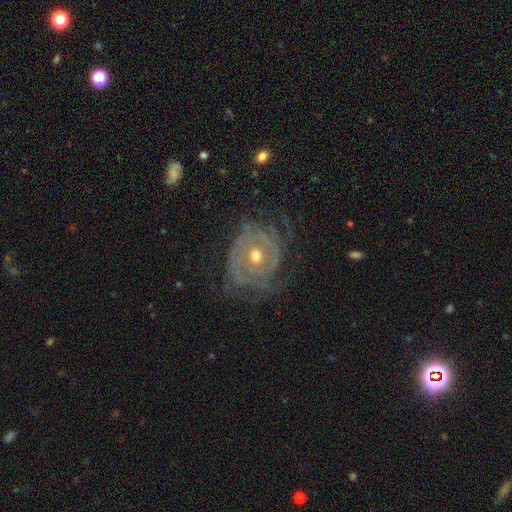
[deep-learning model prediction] Morphology: type=featured or disk (84%); edge-on=no (96%); bar=no (77%); spiral arms=yes (88%); winding=tight (74%); arm count=can't tell (39%); bulge=moderate (64%); merging=none (67%).